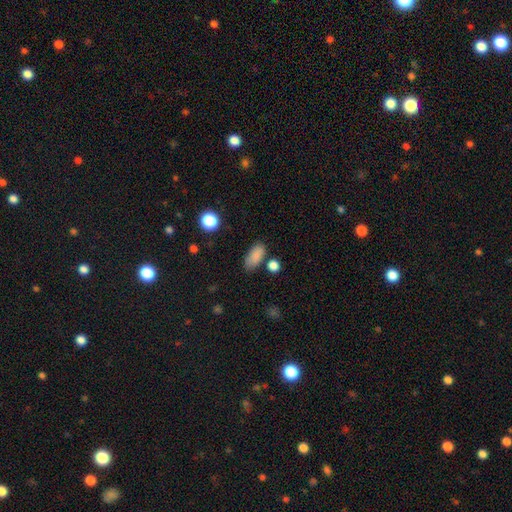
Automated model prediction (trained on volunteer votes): A smooth galaxy with no disk features (86%) that is in between round and cigar-shaped (88%). Merging: none (73%).